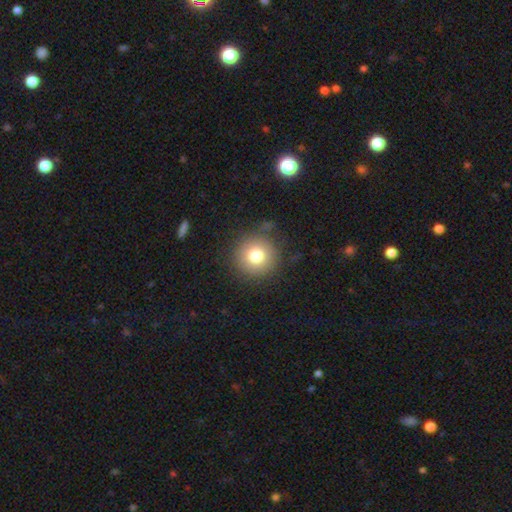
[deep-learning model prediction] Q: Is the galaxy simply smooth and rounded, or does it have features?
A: smooth — 78%.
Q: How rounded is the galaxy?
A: round — 95%.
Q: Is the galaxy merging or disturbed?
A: none — 85%.